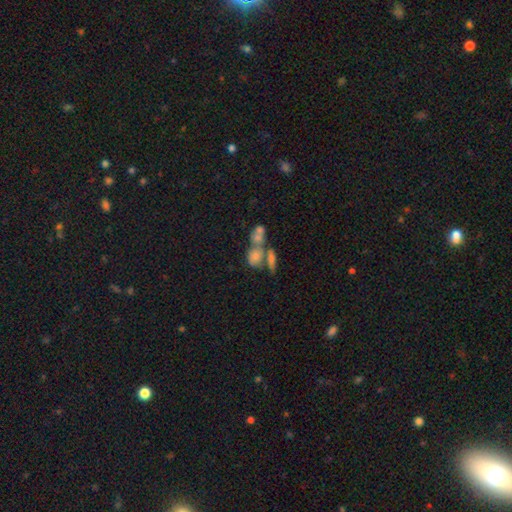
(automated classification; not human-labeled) A smooth galaxy with no disk features (54%) that is in between round and cigar-shaped (60%).

Vote fractions:
- Smooth or featured? smooth: 54% / featured or disk: 28% / star or artifact: 18%
- How rounded? in between: 60% / round: 33% / cigar-shaped: 7%
- Merging? merger: 54% / none: 27% / minor disturbance: 10% / major disturbance: 9%